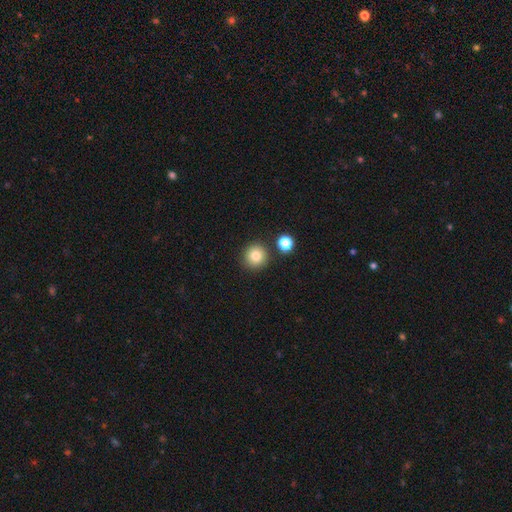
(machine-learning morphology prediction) type=smooth (83%); roundness=round (93%); merging=none (85%).